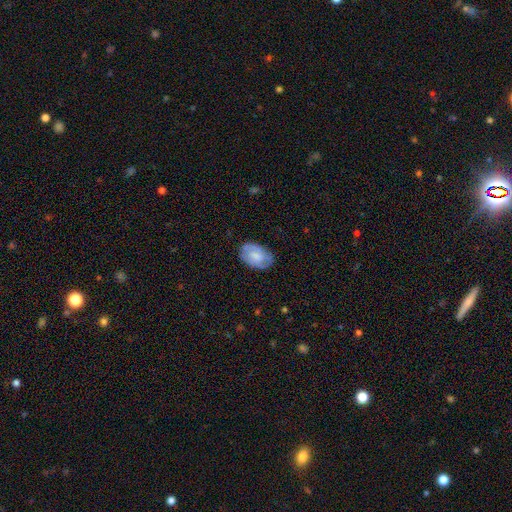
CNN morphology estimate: The model was most divided on "bulge size": small: 35%, moderate: 34%, none: 21%, large: 8%, dominant: 2%. More confident: edge-on disk — no (96%); spiral arms — yes (81%); merging — none (76%); smooth or featured — featured or disk (56%); bar — no (55%).